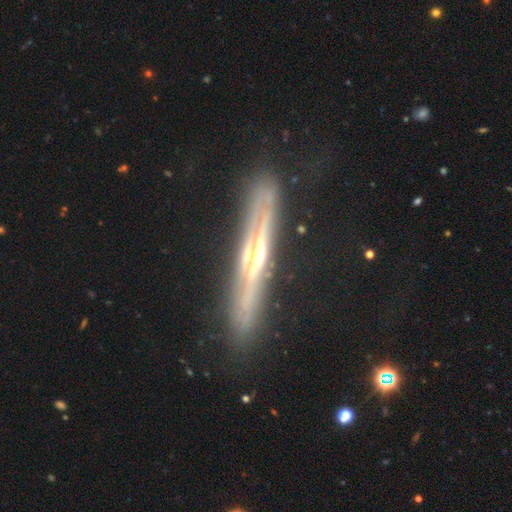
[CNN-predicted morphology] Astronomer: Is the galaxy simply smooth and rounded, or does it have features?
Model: featured or disk — 83%.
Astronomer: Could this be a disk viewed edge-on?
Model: yes — 92%.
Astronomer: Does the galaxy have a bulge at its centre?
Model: rounded — 76%.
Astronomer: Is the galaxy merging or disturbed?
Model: none — 84%.